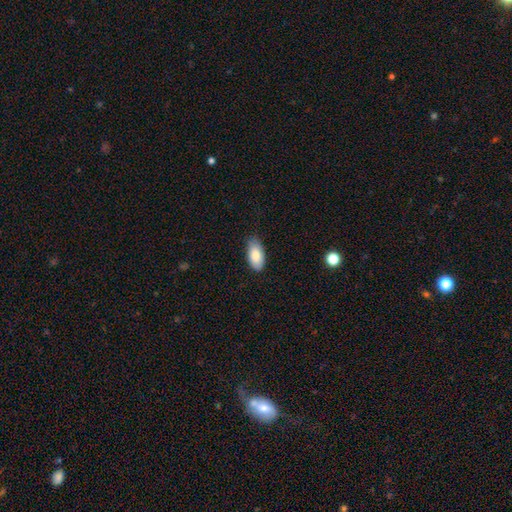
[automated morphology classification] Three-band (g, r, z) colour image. It shows a smooth galaxy with no disk features (83%) that is in between round and cigar-shaped (94%). Merging: none (74%).